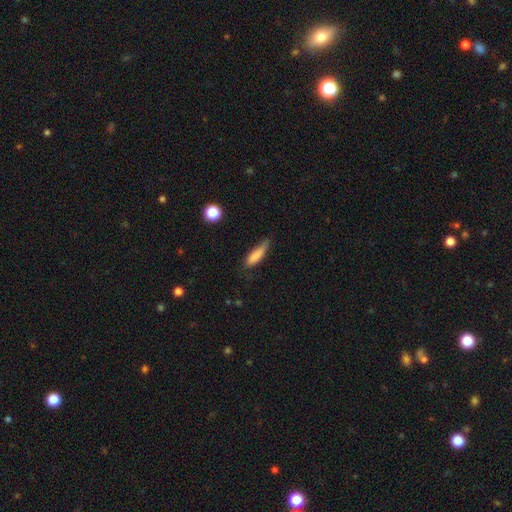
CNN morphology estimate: This appears to be a smooth galaxy with no disk features (82%) that is cigar-shaped (65%). Merging: none (56%).